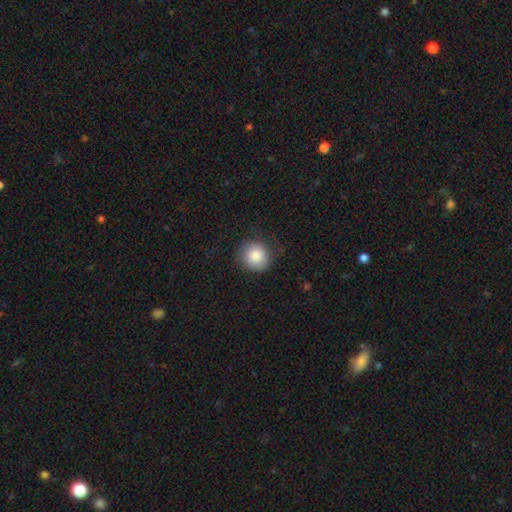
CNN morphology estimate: The model was most divided on "merging": none: 83%, minor disturbance: 12%, major disturbance: 4%, merger: 1%. More confident: how rounded — round (91%); smooth or featured — smooth (85%).